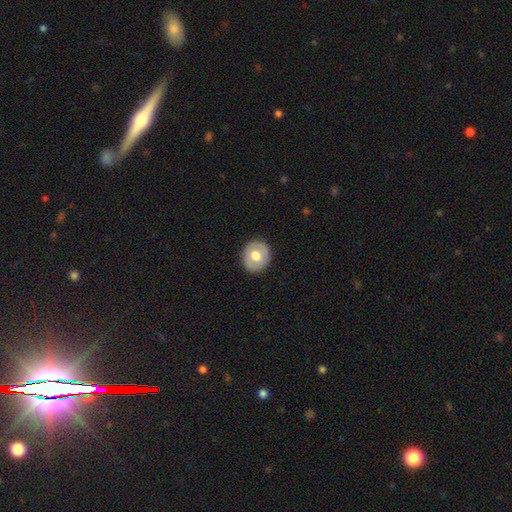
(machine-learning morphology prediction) A smooth galaxy with no disk features (63%) that is round (75%).

Vote fractions:
- Smooth or featured? smooth: 63% / featured or disk: 31% / star or artifact: 6%
- How rounded? round: 75% / in between: 24% / cigar-shaped: 1%
- Merging? none: 89% / minor disturbance: 8% / major disturbance: 2% / merger: 1%